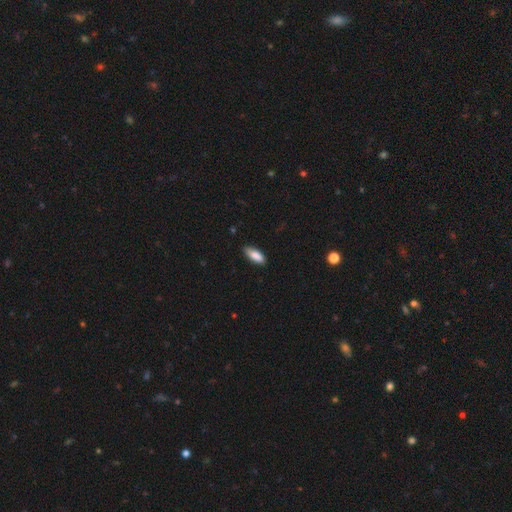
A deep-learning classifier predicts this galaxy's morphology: Q: Smooth or featured?
A: smooth (87%); runner-up: featured or disk (7%)
Q: How rounded?
A: in between (78%); runner-up: cigar-shaped (20%)
Q: Merging?
A: none (83%); runner-up: minor disturbance (14%)